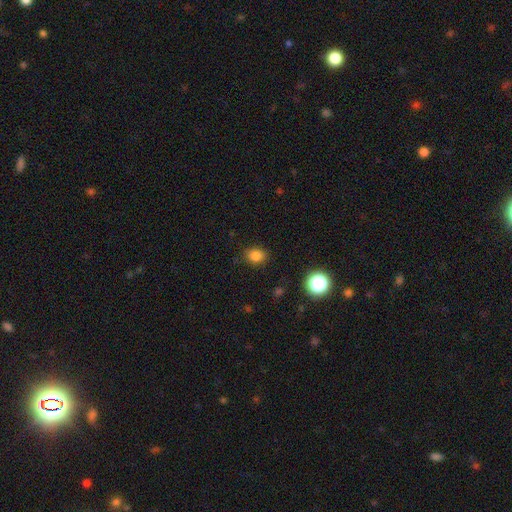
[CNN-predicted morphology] The model was most divided on "how rounded": round: 55%, in between: 44%, cigar-shaped: 1%. More confident: merging — none (85%); smooth or featured — smooth (82%).